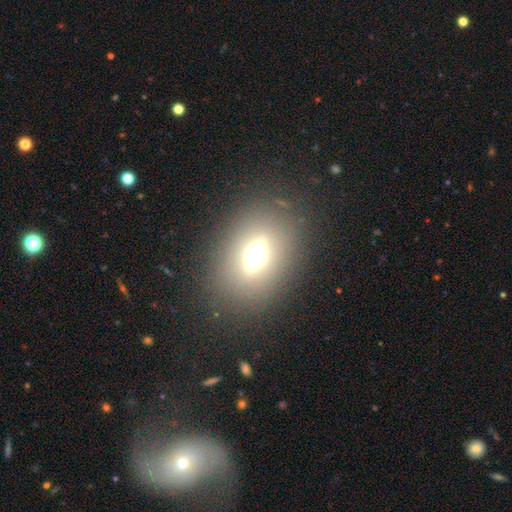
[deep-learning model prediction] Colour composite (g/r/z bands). It shows a featured or disk galaxy (48%). Merging: none (82%).